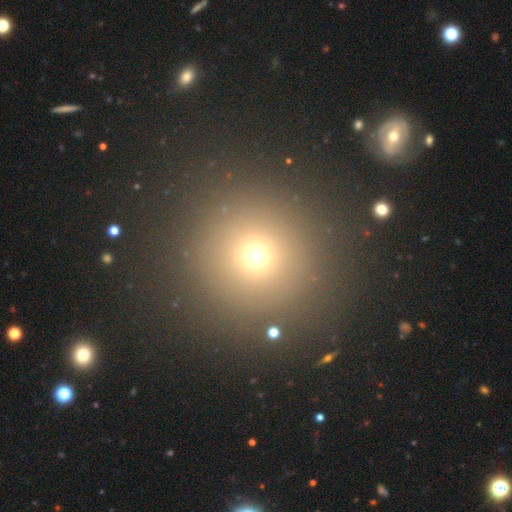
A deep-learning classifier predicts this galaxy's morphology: The model was most divided on "smooth or featured": smooth: 67%, star or artifact: 25%, featured or disk: 7%. More confident: how rounded — round (95%); merging — none (89%).